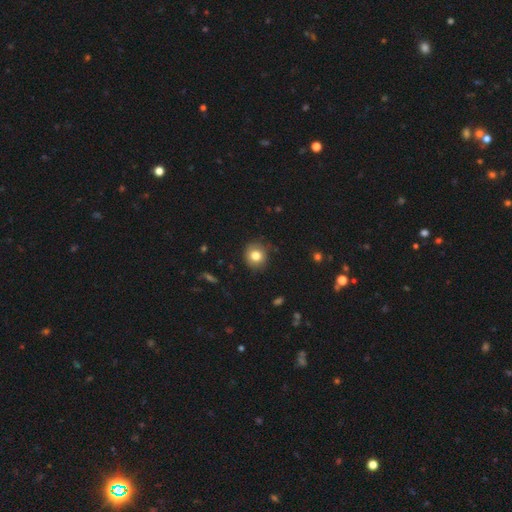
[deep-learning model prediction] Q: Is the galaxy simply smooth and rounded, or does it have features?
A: smooth — 80%.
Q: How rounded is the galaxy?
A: round — 88%.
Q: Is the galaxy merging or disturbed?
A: none — 85%.